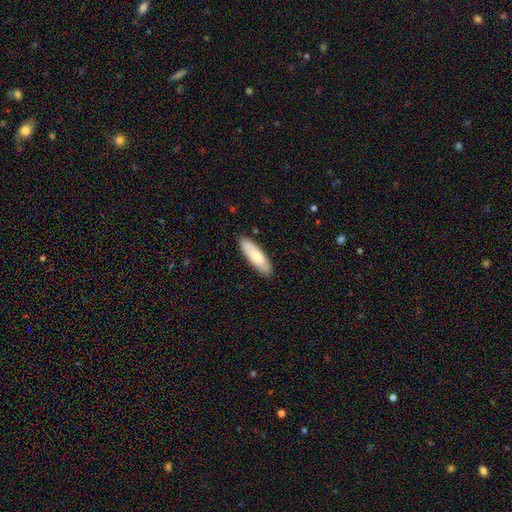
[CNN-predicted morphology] type=smooth (73%); roundness=cigar-shaped (51%); merging=none (87%).